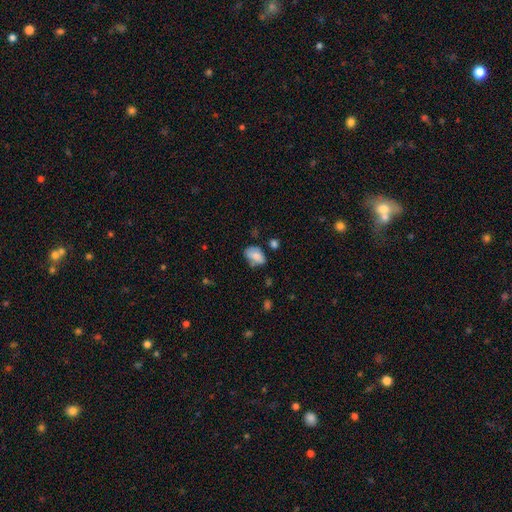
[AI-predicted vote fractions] The model was most divided on "merging": none: 55%, minor disturbance: 29%, major disturbance: 8%, merger: 7%. More confident: how rounded — in between (88%); smooth or featured — smooth (77%).